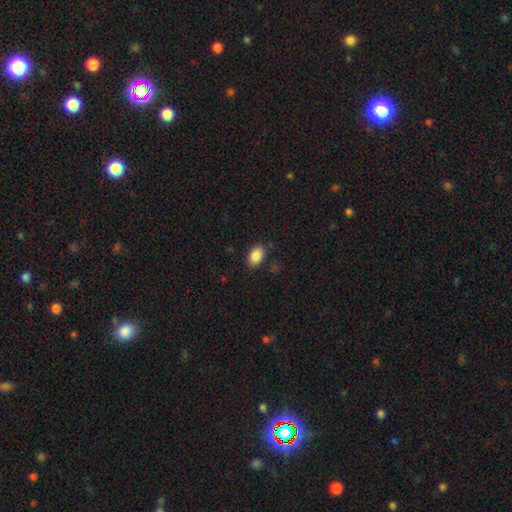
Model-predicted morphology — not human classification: Smooth or featured? smooth (87%)
How rounded? in between (87%)
Merging? none (85%)